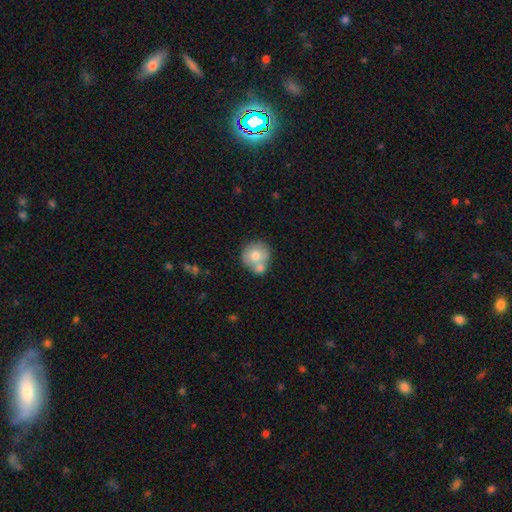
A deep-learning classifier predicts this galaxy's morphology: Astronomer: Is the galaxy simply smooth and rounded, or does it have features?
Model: smooth — 69%.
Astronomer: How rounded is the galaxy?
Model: round — 89%.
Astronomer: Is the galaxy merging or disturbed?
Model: merger — 43%, tied with none at 43%.